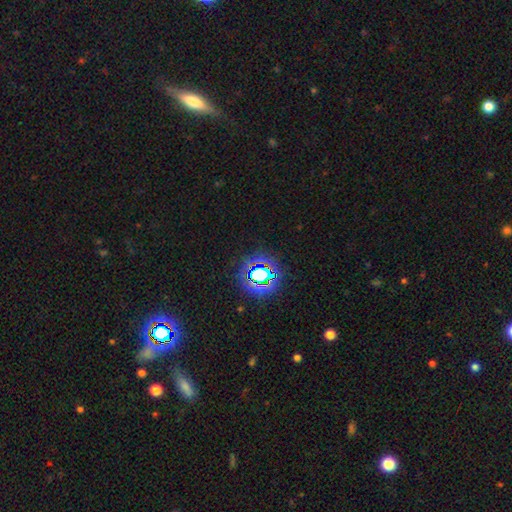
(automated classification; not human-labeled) Overall: star or artifact (64%).